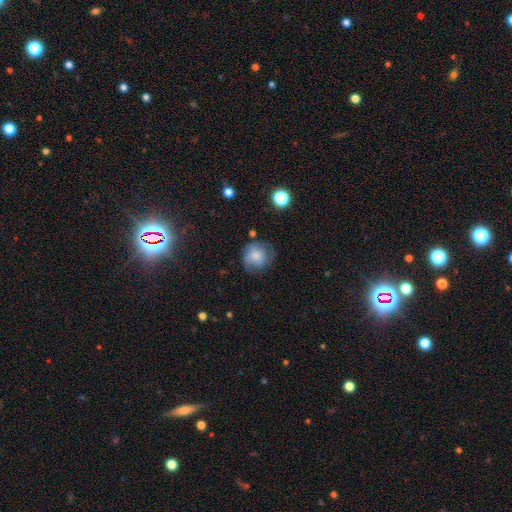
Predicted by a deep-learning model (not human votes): This appears to be a smooth galaxy with no disk features (70%) that is round (82%). Merging: none (58%).